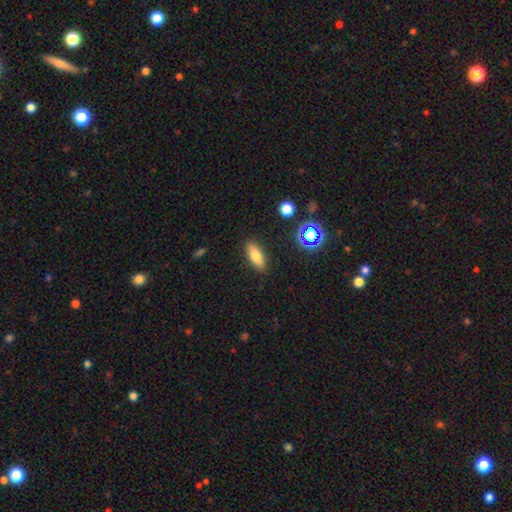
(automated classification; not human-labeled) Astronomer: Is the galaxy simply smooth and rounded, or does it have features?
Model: smooth — 75%.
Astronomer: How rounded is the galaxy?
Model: in between — 67%.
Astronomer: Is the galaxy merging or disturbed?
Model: none — 88%.